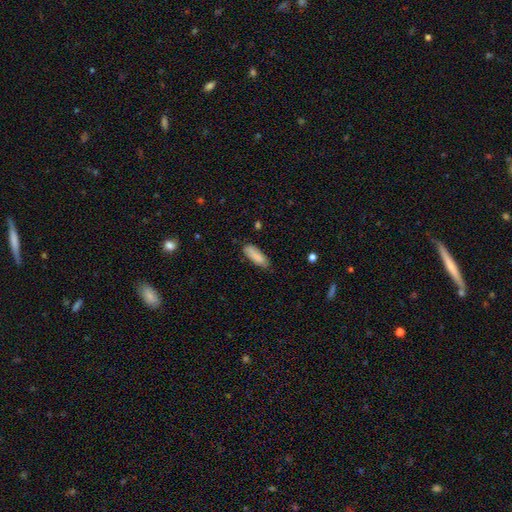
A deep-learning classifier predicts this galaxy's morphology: smooth 87%, featured or disk 7%, star or artifact 6%. Down the decision tree: how rounded — in between (62%); merging — none (76%).